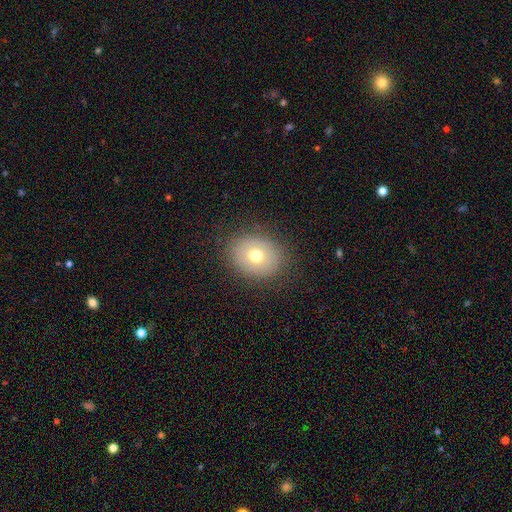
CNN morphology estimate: This appears to be a smooth galaxy with no disk features (69%) that is round (56%). Merging: none (86%).